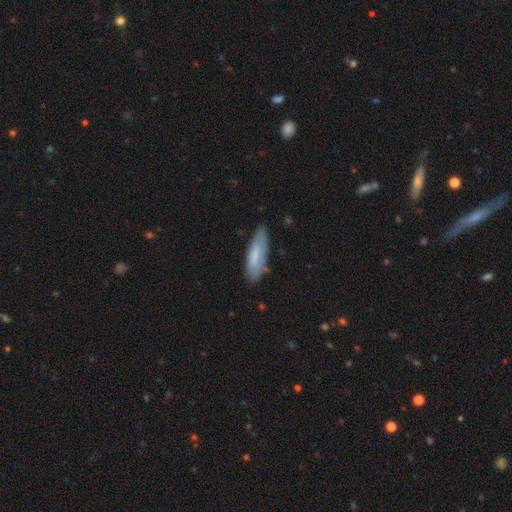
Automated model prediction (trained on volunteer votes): This appears to be a smooth galaxy with no disk features (72%) that is cigar-shaped (54%). Merging: none (75%).